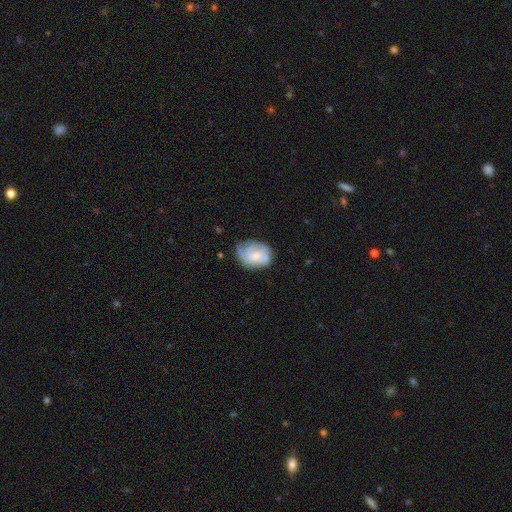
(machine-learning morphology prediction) Smooth or featured?
  - featured or disk: 50% *
  - smooth: 42%
  - star or artifact: 7%
Edge-on disk?
  - no: 97% *
  - yes: 3%
Merging?
  - none: 54% *
  - minor disturbance: 30%
  - major disturbance: 14%
  - merger: 2%